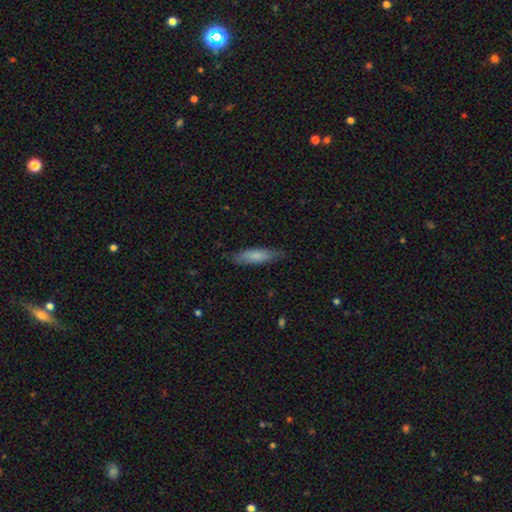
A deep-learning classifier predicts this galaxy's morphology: Smooth or featured: smooth — 74% (featured or disk — 21%)
How rounded: cigar-shaped — 63% (in between — 35%)
Merging: none — 78% (minor disturbance — 17%)